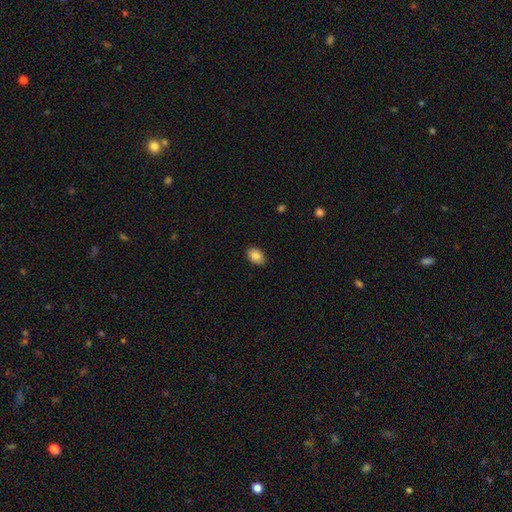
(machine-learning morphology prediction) Smooth or featured? smooth (86%)
How rounded? in between (79%)
Merging? none (88%)